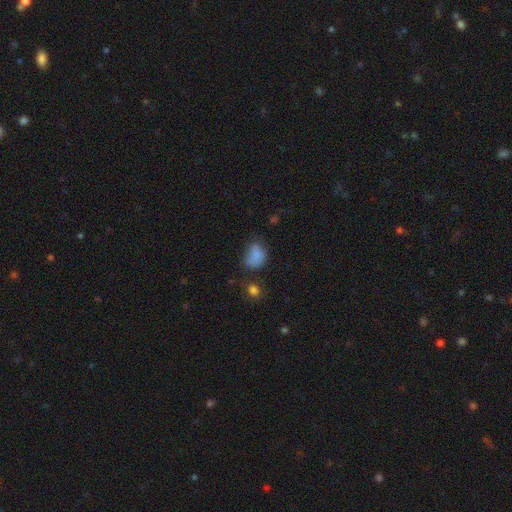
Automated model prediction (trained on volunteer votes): Q: Smooth or featured?
A: smooth (78%); runner-up: star or artifact (12%)
Q: How rounded?
A: in between (65%); runner-up: round (34%)
Q: Merging?
A: none (41%); runner-up: minor disturbance (34%)